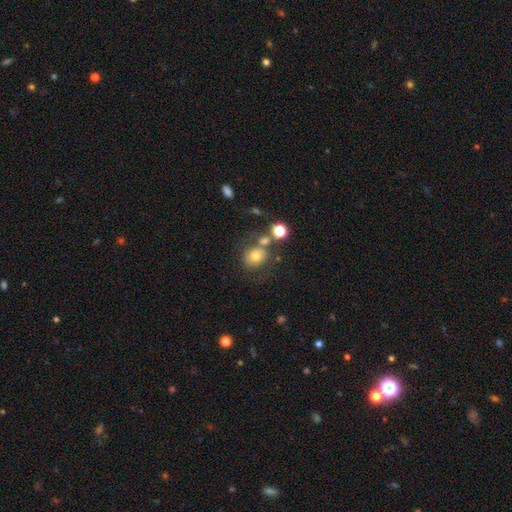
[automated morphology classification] Smooth or featured?
  - smooth: 69% *
  - featured or disk: 18%
  - star or artifact: 14%
How rounded?
  - round: 74% *
  - in between: 25%
  - cigar-shaped: 1%
Merging?
  - none: 56% *
  - merger: 22%
  - minor disturbance: 14%
  - major disturbance: 8%